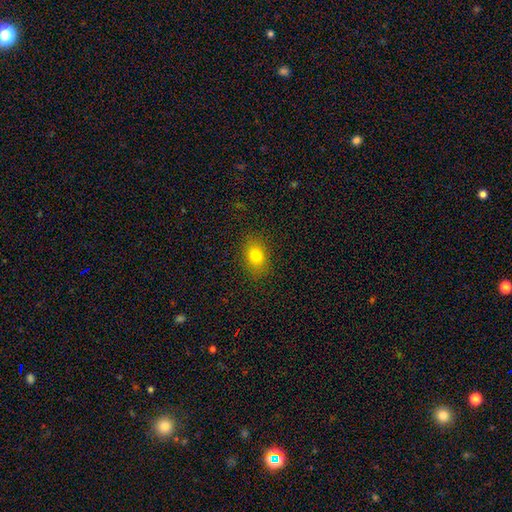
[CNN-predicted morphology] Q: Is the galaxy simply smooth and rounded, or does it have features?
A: smooth — 79%.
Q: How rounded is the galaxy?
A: in between — 72%.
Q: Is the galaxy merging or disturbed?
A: none — 87%.